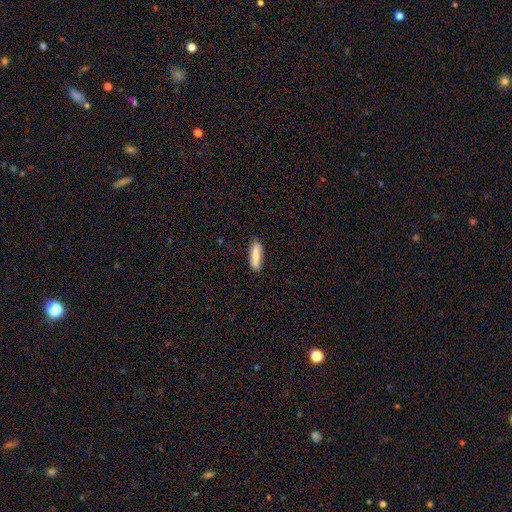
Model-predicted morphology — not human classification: This is likely a smooth galaxy (79%). How rounded: possibly in between (50%). Merging: clearly none (87%).